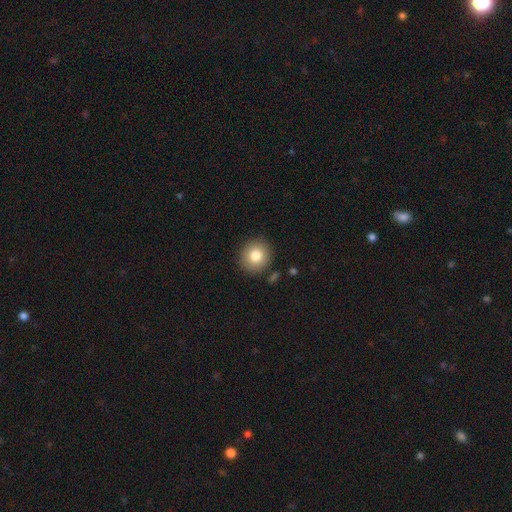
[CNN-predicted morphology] Smooth or featured?
  - smooth: 81% *
  - featured or disk: 10%
  - star or artifact: 9%
How rounded?
  - round: 87% *
  - in between: 12%
  - cigar-shaped: 1%
Merging?
  - none: 88% *
  - minor disturbance: 8%
  - merger: 2%
  - major disturbance: 2%